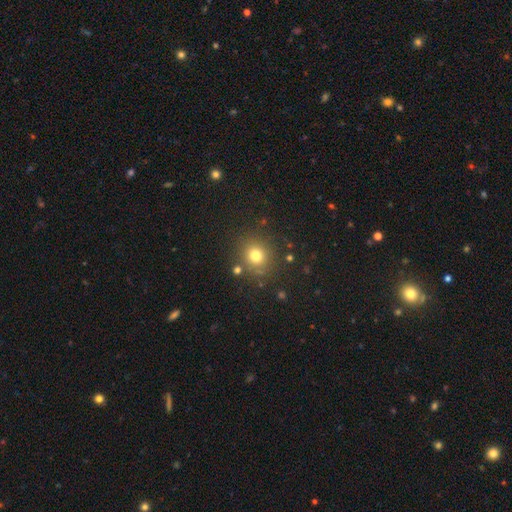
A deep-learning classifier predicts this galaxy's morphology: smooth 75%, star or artifact 17%, featured or disk 8%. Down the decision tree: how rounded — round (88%); merging — none (82%).